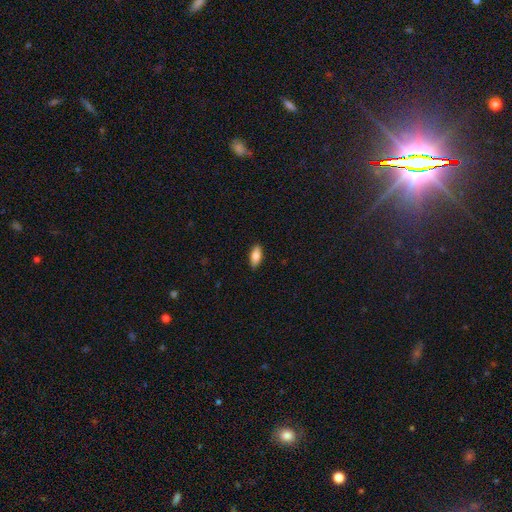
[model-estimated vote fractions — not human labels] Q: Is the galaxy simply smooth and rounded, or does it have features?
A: smooth — 83%.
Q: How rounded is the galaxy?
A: in between — 86%.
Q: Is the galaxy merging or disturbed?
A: none — 88%.